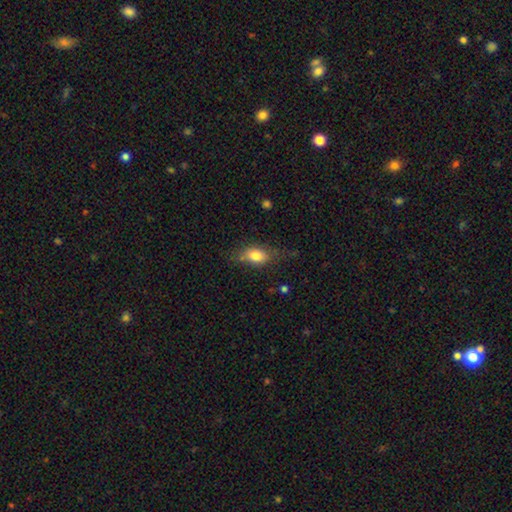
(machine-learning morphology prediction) Smooth or featured? smooth (78%)
How rounded? in between (79%)
Merging? none (61%)